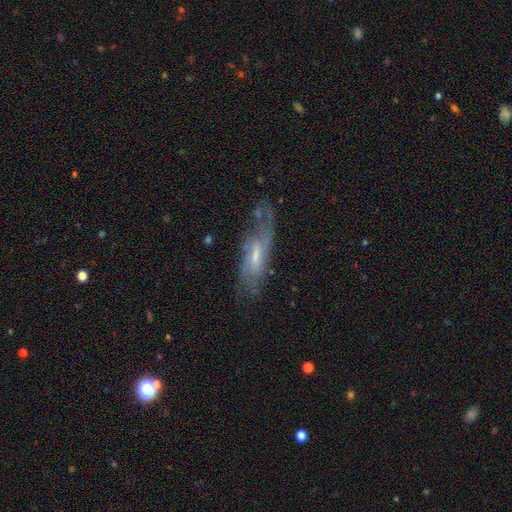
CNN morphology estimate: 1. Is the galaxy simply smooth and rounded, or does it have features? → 73% featured or disk, 19% smooth, 7% star or artifact.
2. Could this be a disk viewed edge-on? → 76% no, 24% yes.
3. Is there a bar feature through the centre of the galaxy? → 51% weak, 28% no, 22% strong.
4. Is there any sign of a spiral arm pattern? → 86% yes, 14% no.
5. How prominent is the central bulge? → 47% small, 38% moderate, 10% none, 4% large, 1% dominant.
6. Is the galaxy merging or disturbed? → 62% none, 22% minor disturbance, 13% major disturbance, 3% merger.